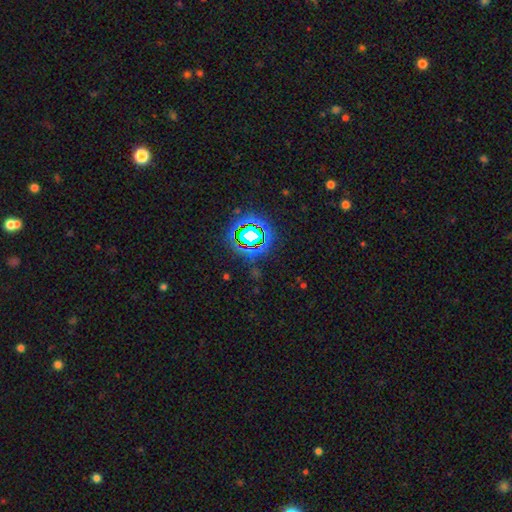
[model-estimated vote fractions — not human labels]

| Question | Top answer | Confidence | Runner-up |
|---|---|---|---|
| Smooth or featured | star or artifact | 77% | smooth (14%) |